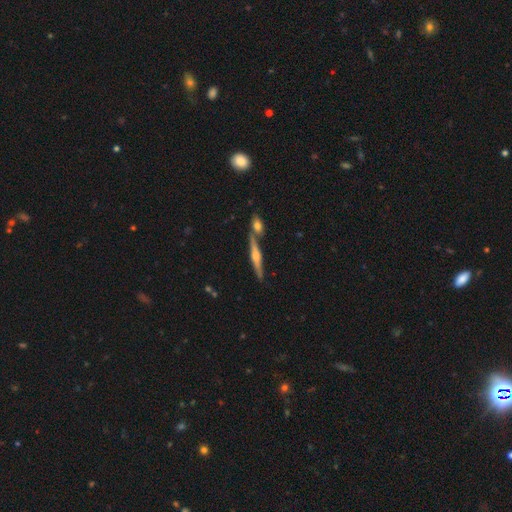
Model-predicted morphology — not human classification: This is likely a featured or disk galaxy (74%). It is clearly viewed edge-on (97%). Edge-on bulge: clearly rounded (86%). Merging: likely none (73%).